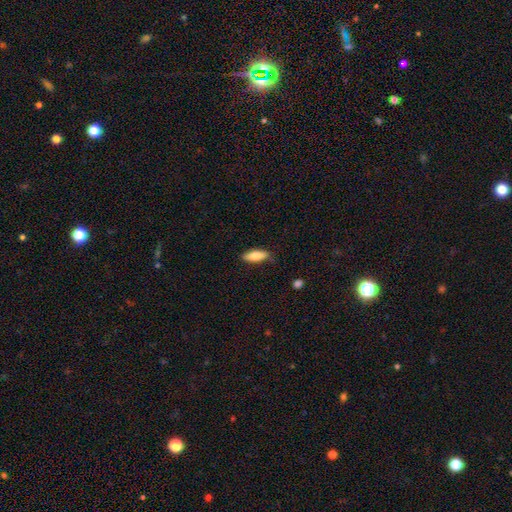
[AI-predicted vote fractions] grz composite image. It shows a smooth galaxy with no disk features (80%) that is in between round and cigar-shaped (69%). Merging: none (77%).